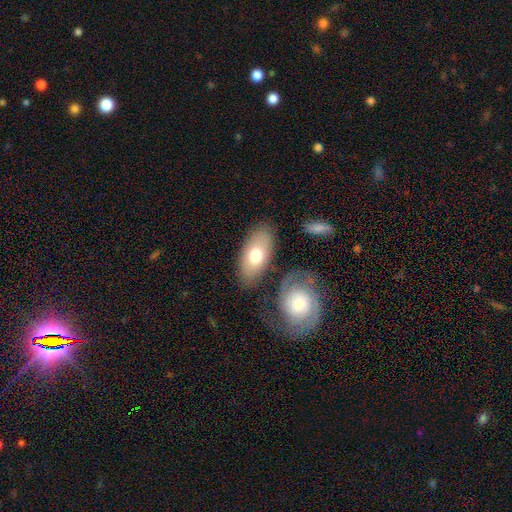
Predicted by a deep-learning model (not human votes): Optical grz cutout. It shows a smooth galaxy with no disk features (68%) that is in between round and cigar-shaped (92%). Merging: none (77%).